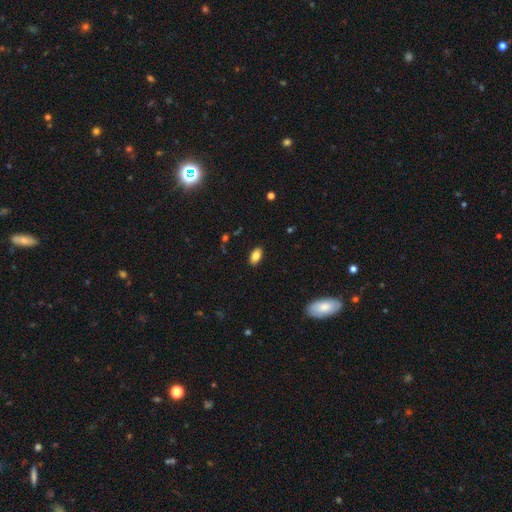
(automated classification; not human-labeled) A smooth galaxy with no disk features (83%) that is in between round and cigar-shaped (92%).

Vote fractions:
- Smooth or featured? smooth: 83% / star or artifact: 8% / featured or disk: 8%
- How rounded? in between: 92% / round: 5% / cigar-shaped: 3%
- Merging? none: 88% / minor disturbance: 9% / major disturbance: 2% / merger: 1%